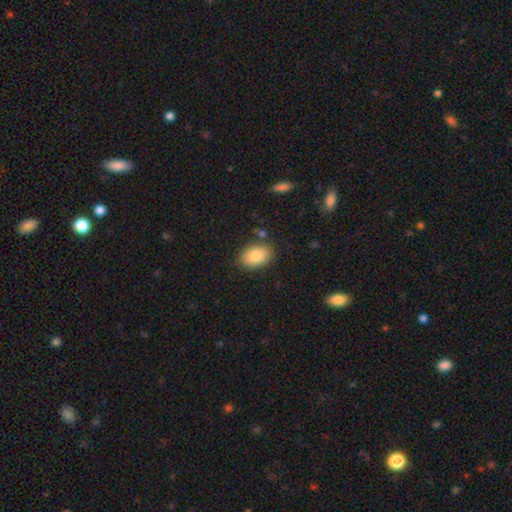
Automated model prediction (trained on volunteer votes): Smooth or featured? Predicted: smooth (p=0.83). How rounded? Predicted: in between (p=0.84). Merging? Predicted: none (p=0.83).